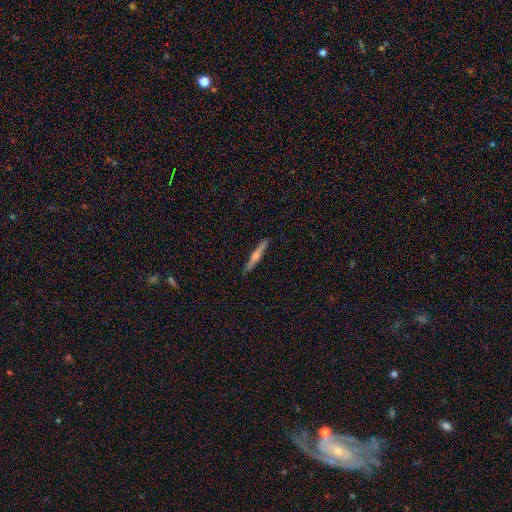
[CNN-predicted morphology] Smooth or featured: featured or disk — 54% (smooth — 40%)
Edge-on disk: yes — 97% (no — 3%)
Edge-on bulge: rounded — 81% (none — 13%)
Merging: none — 91% (minor disturbance — 7%)